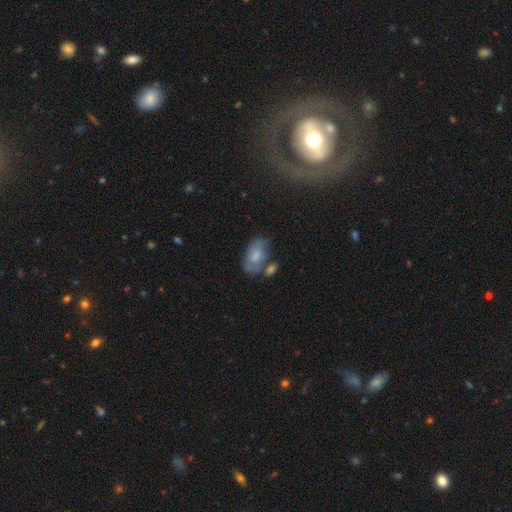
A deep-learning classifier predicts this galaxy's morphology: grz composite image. It shows a smooth galaxy with no disk features (62%) that is in between round and cigar-shaped (91%). Merging: none (47%).